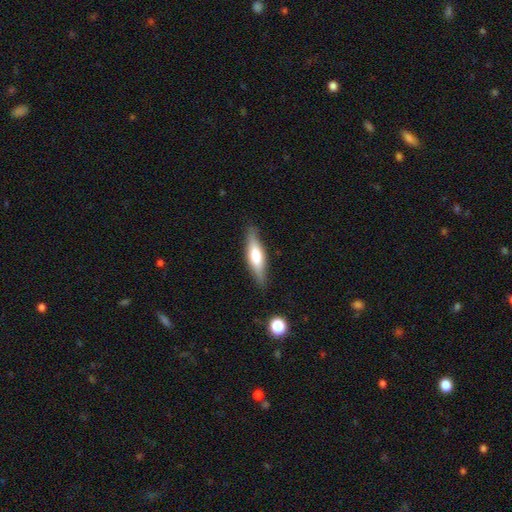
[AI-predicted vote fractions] This is possibly a smooth galaxy (49%). Merging: clearly none (86%).